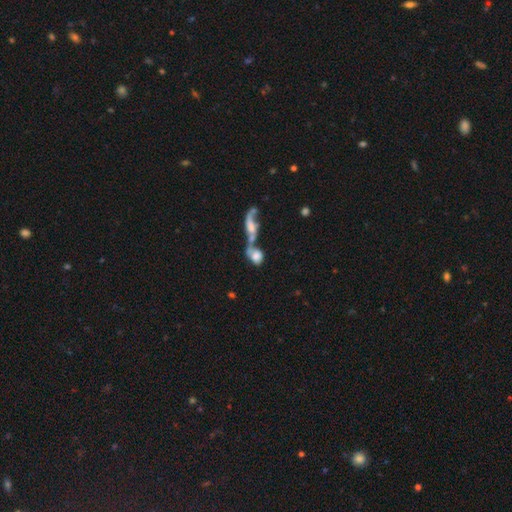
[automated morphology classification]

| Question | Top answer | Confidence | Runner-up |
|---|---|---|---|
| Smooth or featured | smooth | 61% | featured or disk (29%) |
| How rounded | in between | 59% | round (33%) |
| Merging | merger | 70% | none (15%) |